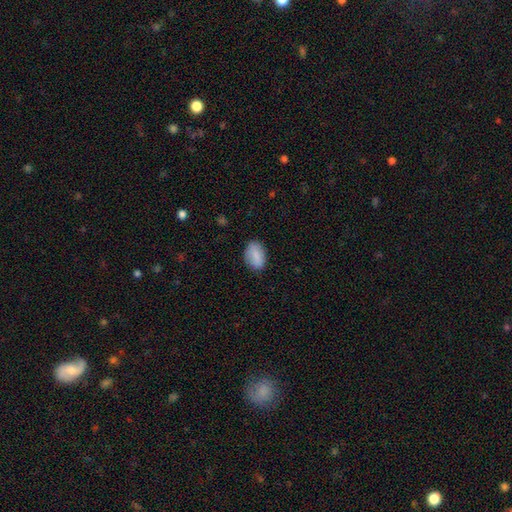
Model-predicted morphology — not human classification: The model was most divided on "merging": none: 82%, minor disturbance: 14%, major disturbance: 3%, merger: 1%. More confident: how rounded — in between (89%); smooth or featured — smooth (85%).